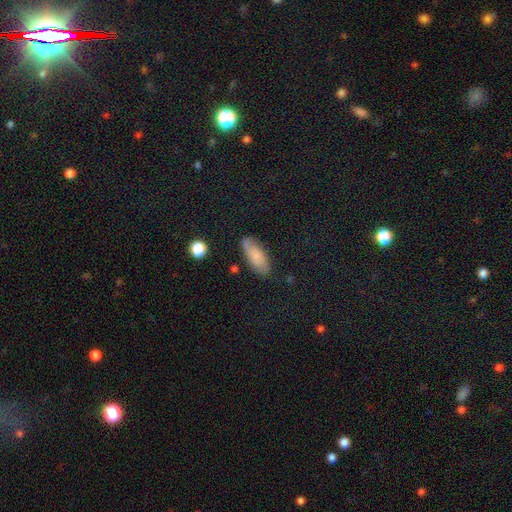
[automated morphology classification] type=smooth (64%); roundness=in between (82%); merging=none (78%).